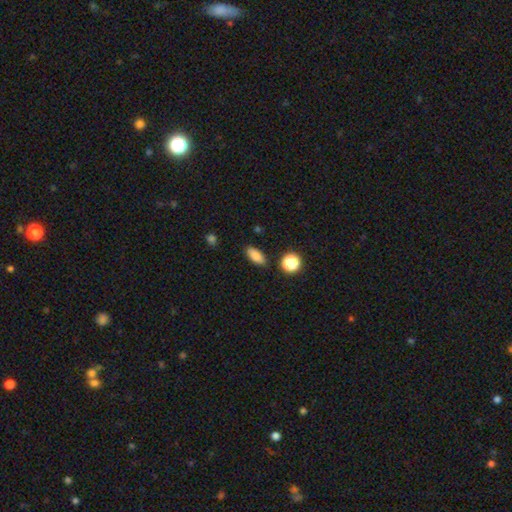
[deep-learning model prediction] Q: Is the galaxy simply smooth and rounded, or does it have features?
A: smooth — 84%.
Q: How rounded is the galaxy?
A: in between — 80%.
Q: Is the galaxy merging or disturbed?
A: none — 86%.